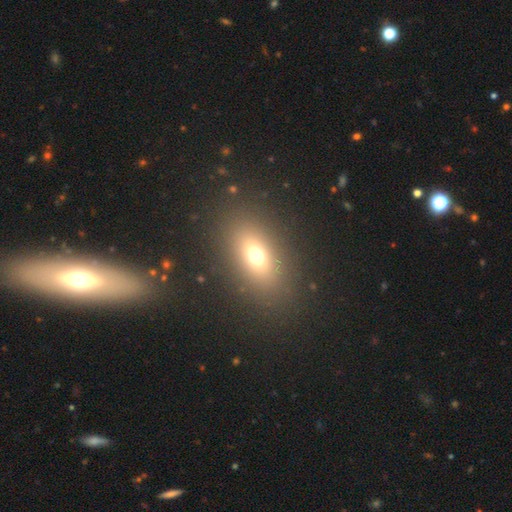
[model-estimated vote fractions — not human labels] Smooth or featured? smooth (67%)
How rounded? in between (74%)
Merging? none (85%)